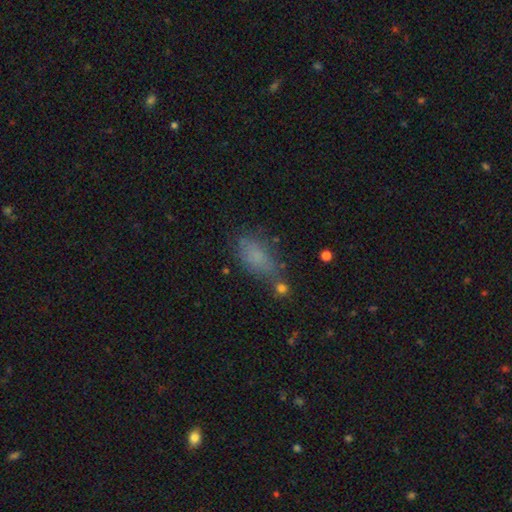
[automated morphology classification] The model was most divided on "merging": none: 53%, minor disturbance: 25%, major disturbance: 12%, merger: 10%. More confident: how rounded — in between (84%); smooth or featured — smooth (74%).